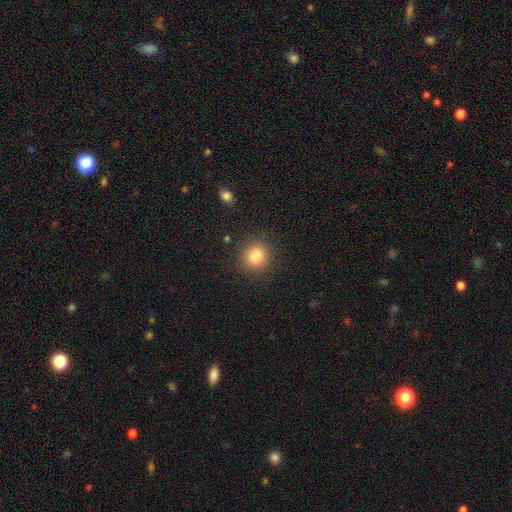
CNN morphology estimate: This appears to be a smooth galaxy with no disk features (84%) that is round (86%). Merging: none (86%).